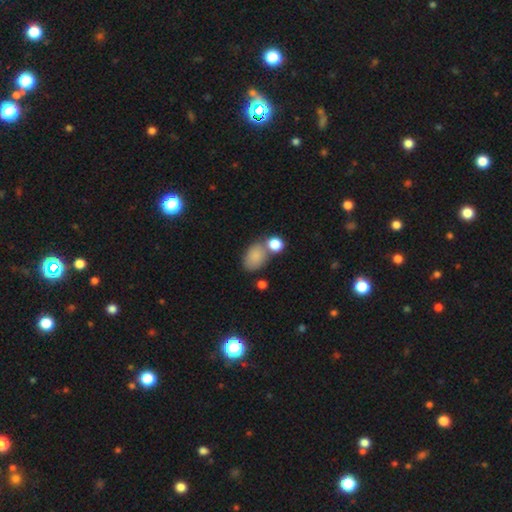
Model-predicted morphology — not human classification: type=smooth (83%); roundness=in between (82%); merging=none (53%).